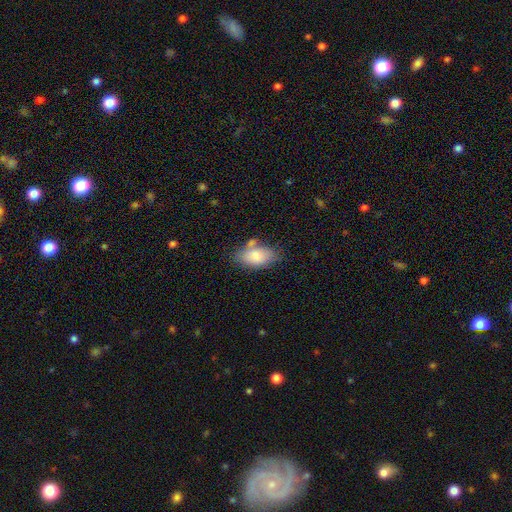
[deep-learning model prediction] Q: Smooth or featured?
A: smooth (80%); runner-up: featured or disk (13%)
Q: How rounded?
A: in between (92%); runner-up: round (6%)
Q: Merging?
A: none (60%); runner-up: minor disturbance (21%)